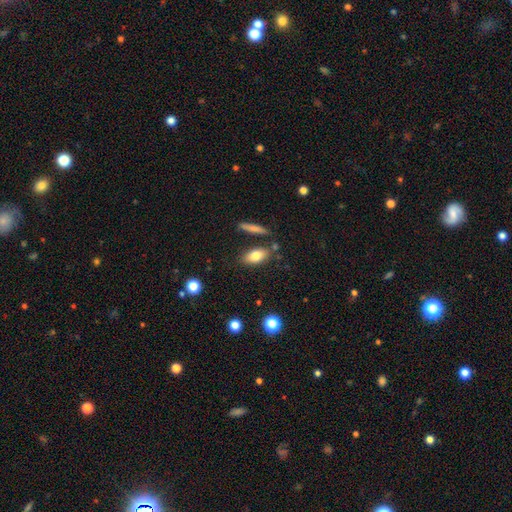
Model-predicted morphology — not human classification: Q: Smooth or featured?
A: smooth (78%); runner-up: featured or disk (14%)
Q: How rounded?
A: in between (83%); runner-up: cigar-shaped (12%)
Q: Merging?
A: none (75%); runner-up: minor disturbance (13%)